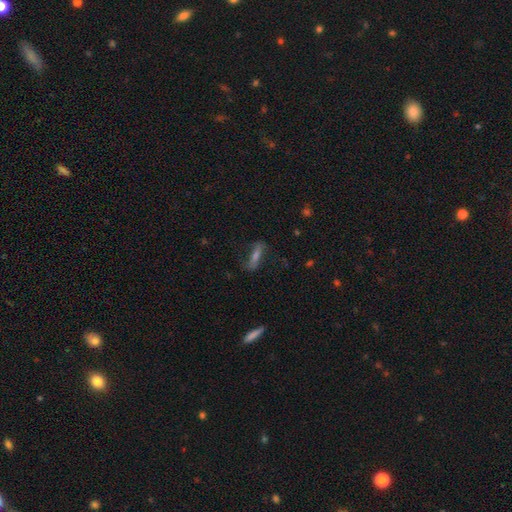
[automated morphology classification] Smooth or featured: featured or disk — 45% (smooth — 41%)
Merging: none — 72% (minor disturbance — 18%)